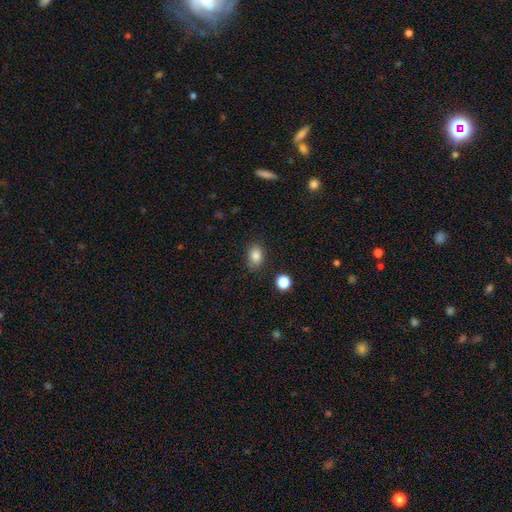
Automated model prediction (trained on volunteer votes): This appears to be a smooth galaxy with no disk features (84%) that is in between round and cigar-shaped (73%). Merging: none (82%).